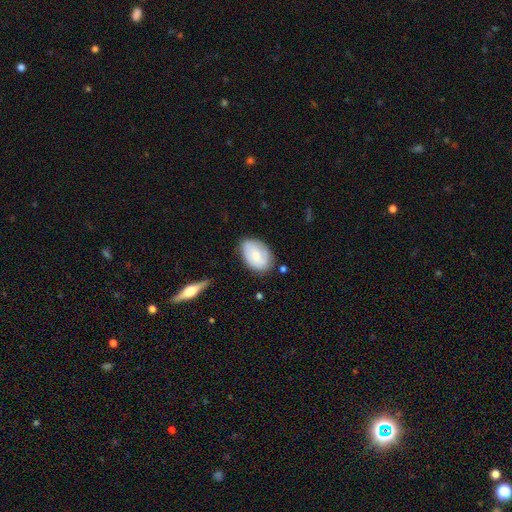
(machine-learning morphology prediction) smooth-or-featured: smooth: 64% | featured or disk: 29% | star or artifact: 6%
  how-rounded: in between: 87% | round: 12% | cigar-shaped: 1%
  merging: none: 71% | minor disturbance: 22% | major disturbance: 5% | merger: 3%